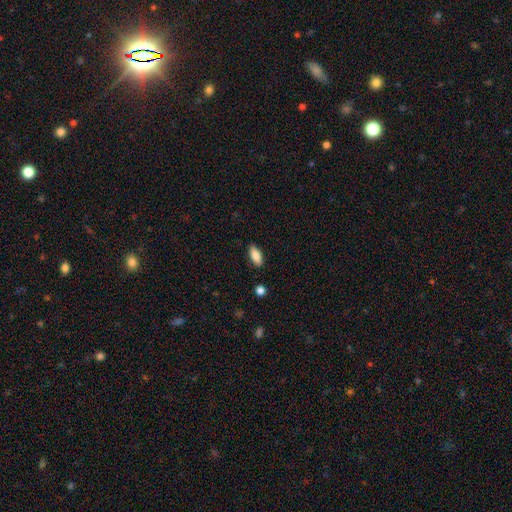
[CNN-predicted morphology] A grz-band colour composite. It shows a smooth galaxy with no disk features (85%) that is in between round and cigar-shaped (82%). Merging: none (86%).